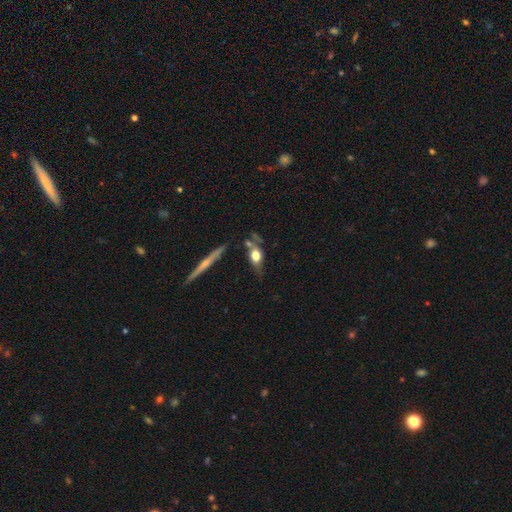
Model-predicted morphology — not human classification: Smooth or featured: smooth — 55% (featured or disk — 37%)
How rounded: in between — 65% (cigar-shaped — 21%)
Merging: none — 52% (minor disturbance — 21%)